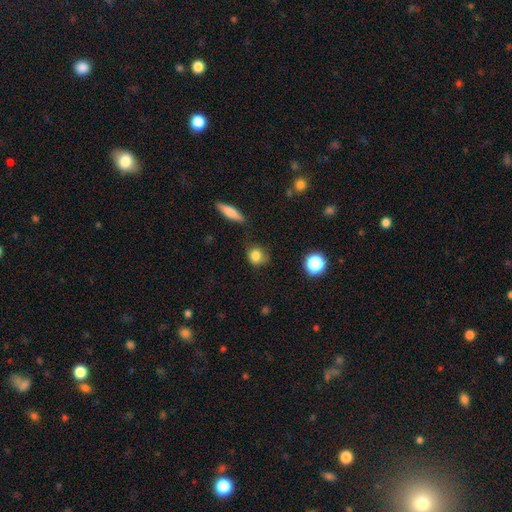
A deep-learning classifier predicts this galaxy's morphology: The model was most divided on "merging": none: 64%, minor disturbance: 25%, major disturbance: 7%, merger: 4%. More confident: smooth or featured — smooth (82%); how rounded — round (72%).